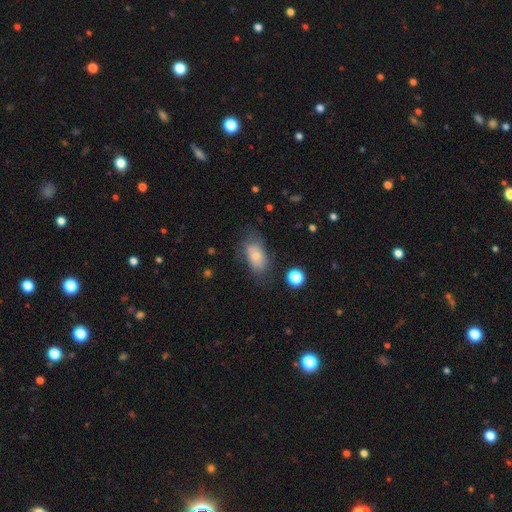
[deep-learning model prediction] smooth-or-featured: smooth: 74% | featured or disk: 17% | star or artifact: 9%
  how-rounded: in between: 90% | round: 7% | cigar-shaped: 3%
  merging: none: 58% | minor disturbance: 25% | major disturbance: 14% | merger: 3%